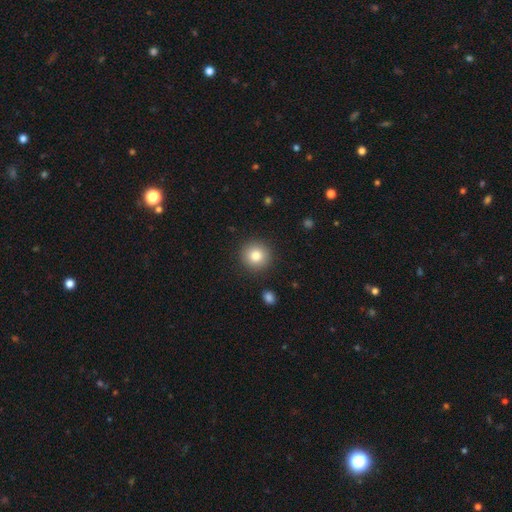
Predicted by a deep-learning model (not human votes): Morphology: type=smooth (82%); roundness=round (94%); merging=none (90%).